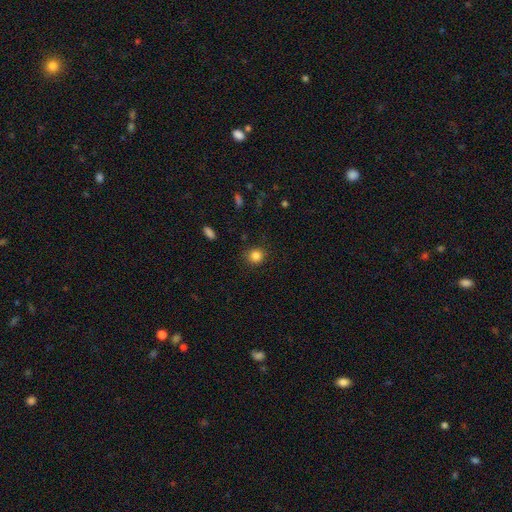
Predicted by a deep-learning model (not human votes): smooth 85%, star or artifact 11%, featured or disk 4%. Down the decision tree: how rounded — round (89%); merging — none (86%).